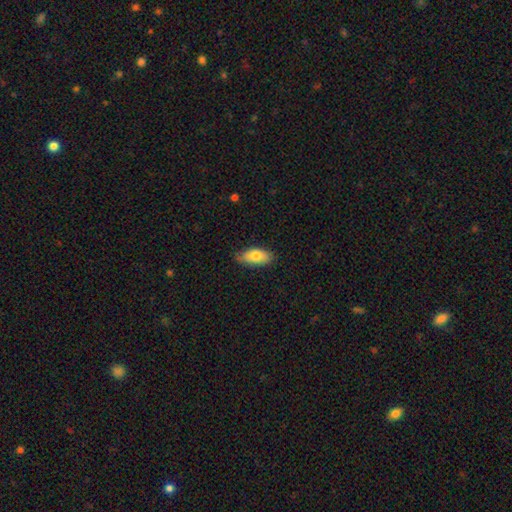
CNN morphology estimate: Smooth or featured: smooth — 80% (featured or disk — 14%)
How rounded: in between — 86% (cigar-shaped — 11%)
Merging: none — 78% (minor disturbance — 18%)